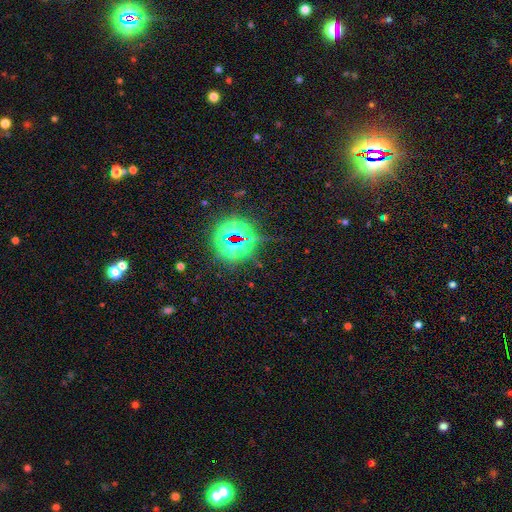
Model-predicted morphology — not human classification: This is clearly a star or artifact rather than a galaxy (84%).